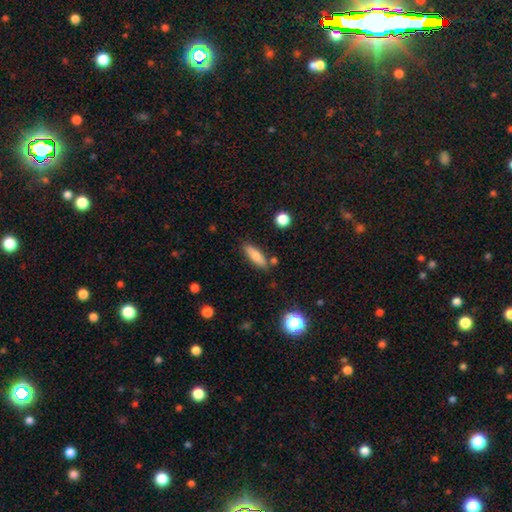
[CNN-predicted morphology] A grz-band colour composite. It shows a smooth galaxy with no disk features (80%) that is in between round and cigar-shaped (51%). Merging: none (79%).